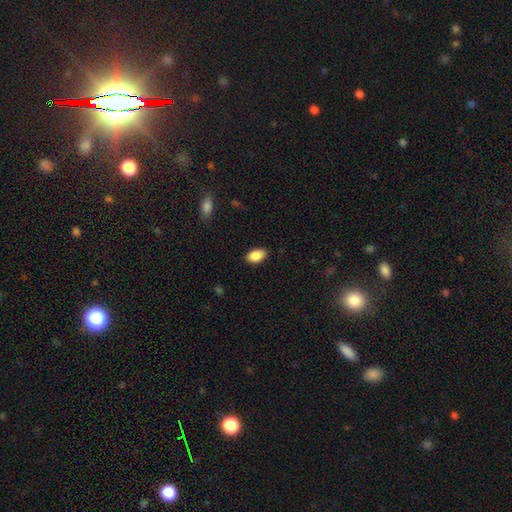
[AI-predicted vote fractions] Morphology: type=smooth (88%); roundness=in between (92%); merging=none (87%).